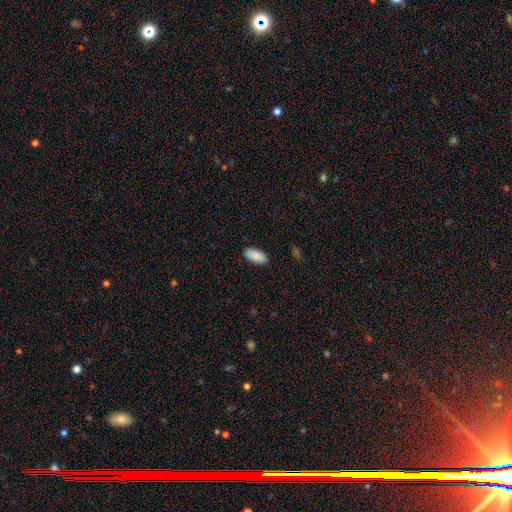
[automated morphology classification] Q: Smooth or featured?
A: smooth (89%); runner-up: star or artifact (6%)
Q: How rounded?
A: in between (93%); runner-up: cigar-shaped (5%)
Q: Merging?
A: none (89%); runner-up: minor disturbance (8%)